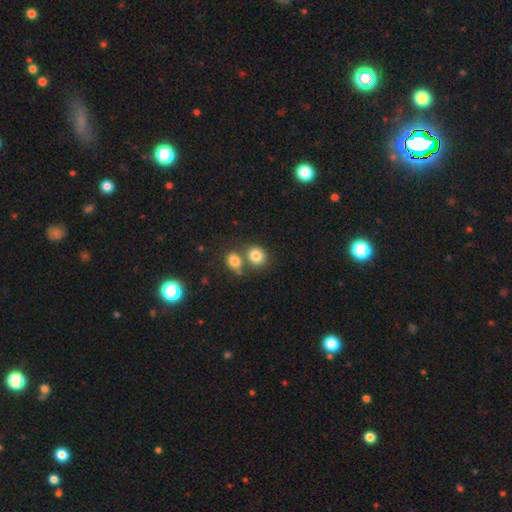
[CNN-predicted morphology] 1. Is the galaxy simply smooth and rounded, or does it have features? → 82% smooth, 11% star or artifact, 7% featured or disk.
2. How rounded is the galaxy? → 72% round, 27% in between, 1% cigar-shaped.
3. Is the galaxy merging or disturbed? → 52% none, 35% merger, 9% minor disturbance, 3% major disturbance.